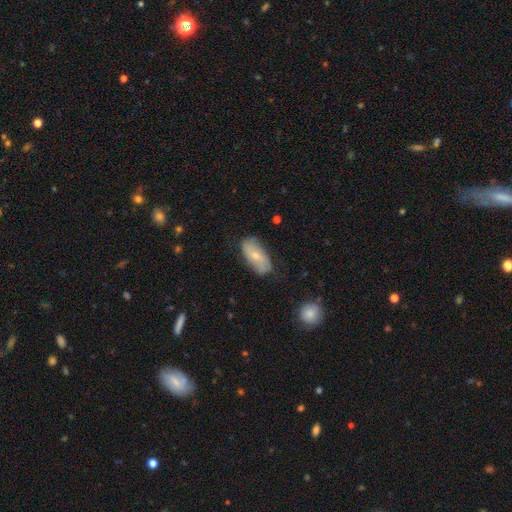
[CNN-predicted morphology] smooth 52%, featured or disk 42%, star or artifact 7%. Down the decision tree: how rounded — in between (89%); merging — none (74%).